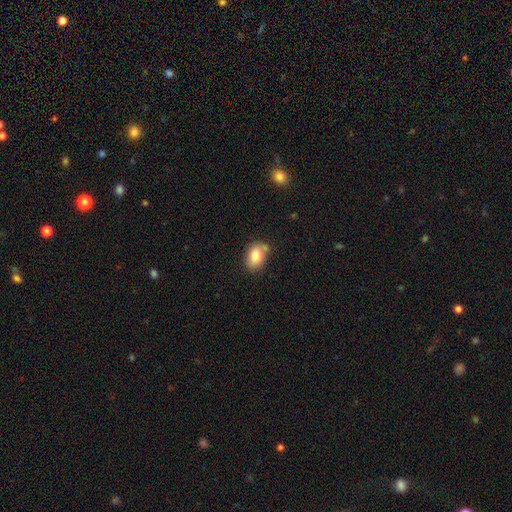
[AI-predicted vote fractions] Smooth or featured: smooth — 81% (featured or disk — 10%)
How rounded: in between — 77% (round — 22%)
Merging: none — 62% (minor disturbance — 22%)